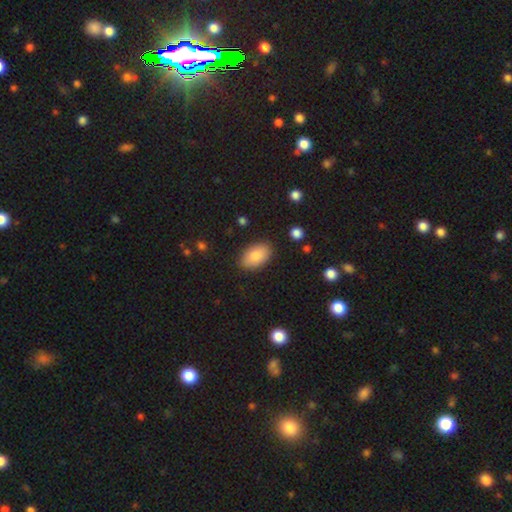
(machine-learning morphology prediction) smooth_or_featured: smooth (p=0.85) [alt: featured or disk p=0.08]
how_rounded: in between (p=0.93) [alt: round p=0.06]
merging: none (p=0.85) [alt: minor disturbance p=0.11]